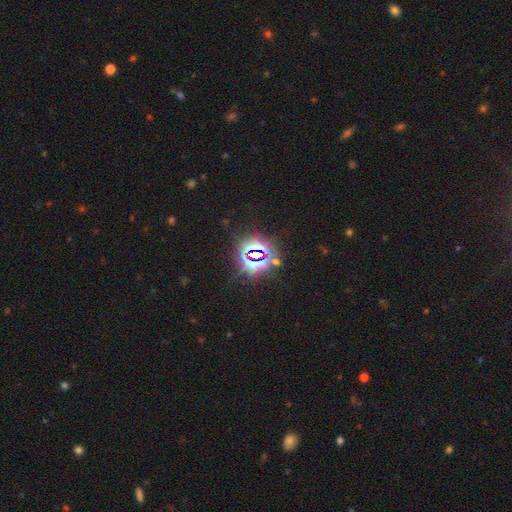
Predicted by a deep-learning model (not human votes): Smooth or featured?
  - star or artifact: 81% *
  - smooth: 11%
  - featured or disk: 8%